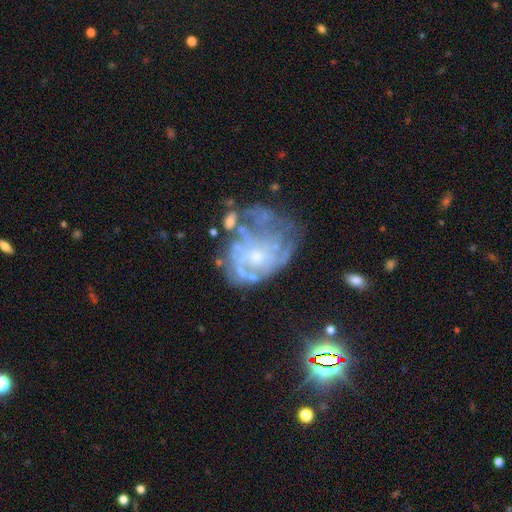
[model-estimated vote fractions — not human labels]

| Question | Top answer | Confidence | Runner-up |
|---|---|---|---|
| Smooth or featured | featured or disk | 74% | smooth (15%) |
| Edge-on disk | no | 98% | yes (2%) |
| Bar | no | 84% | weak (14%) |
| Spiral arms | no | 51% | yes (49%) |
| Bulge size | small | 61% | moderate (27%) |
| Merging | none | 36% | major disturbance (31%) |